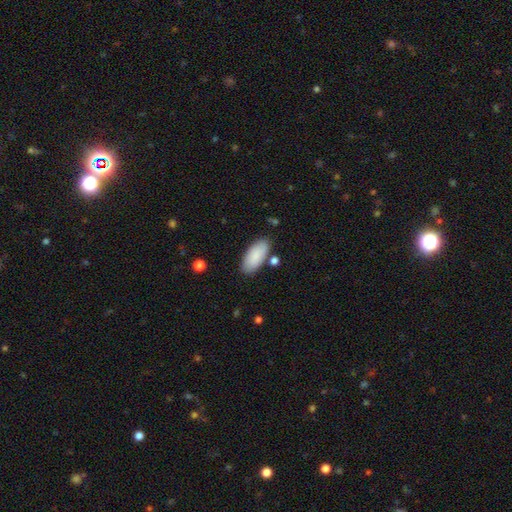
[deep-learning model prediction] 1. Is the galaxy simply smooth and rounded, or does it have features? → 87% smooth, 7% featured or disk, 6% star or artifact.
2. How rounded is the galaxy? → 88% in between, 10% cigar-shaped, 2% round.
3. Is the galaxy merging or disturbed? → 81% none, 12% minor disturbance, 5% merger, 3% major disturbance.